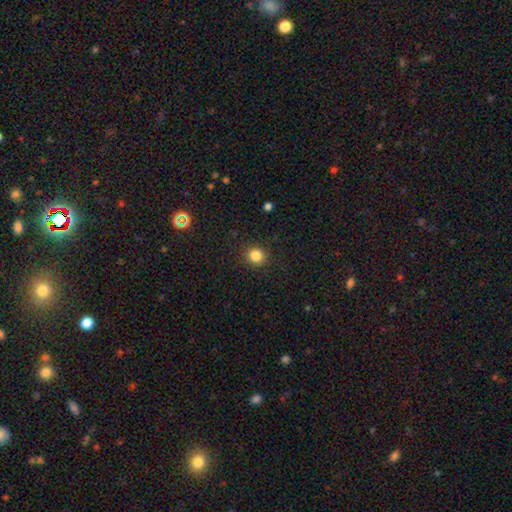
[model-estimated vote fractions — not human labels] Smooth or featured?
  - smooth: 84% *
  - star or artifact: 12%
  - featured or disk: 4%
How rounded?
  - round: 88% *
  - in between: 11%
  - cigar-shaped: 1%
Merging?
  - none: 90% *
  - minor disturbance: 6%
  - major disturbance: 2%
  - merger: 1%